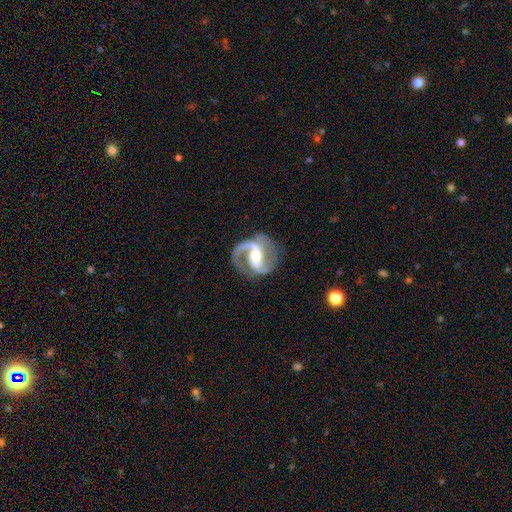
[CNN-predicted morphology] featured or disk 92%, star or artifact 4%, smooth 4%. Down the decision tree: edge-on disk — no (98%); bar — strong (42%); spiral arms — yes (98%); spiral arm count — 2 (90%); spiral winding — medium (59%); bulge size — moderate (66%); merging — none (78%).